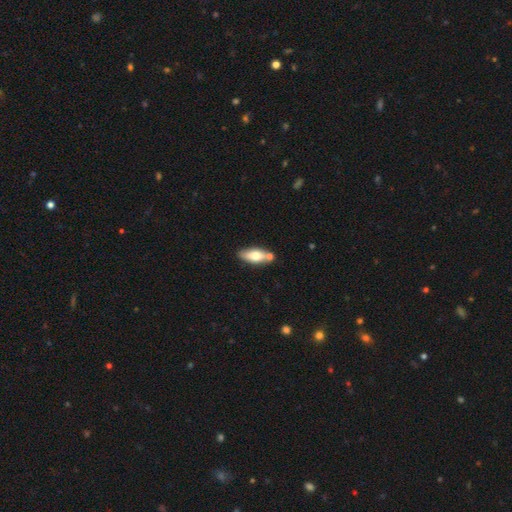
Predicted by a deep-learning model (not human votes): Overall: smooth (65%; featured or disk 29%). How rounded: in between (75%). Merging: none (64%).